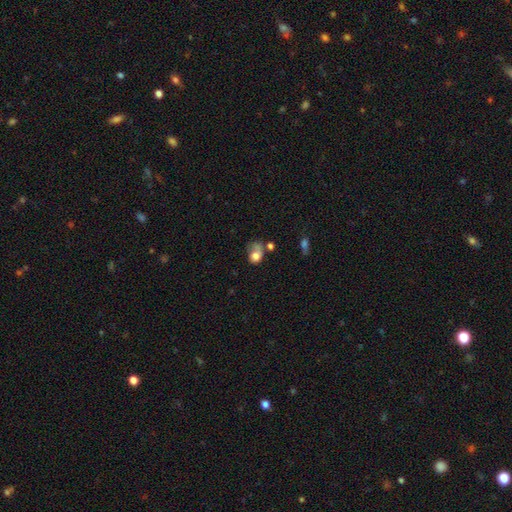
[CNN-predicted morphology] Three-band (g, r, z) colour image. It shows a smooth galaxy with no disk features (70%) that is in between round and cigar-shaped (59%). Merging: major disturbance (32%).